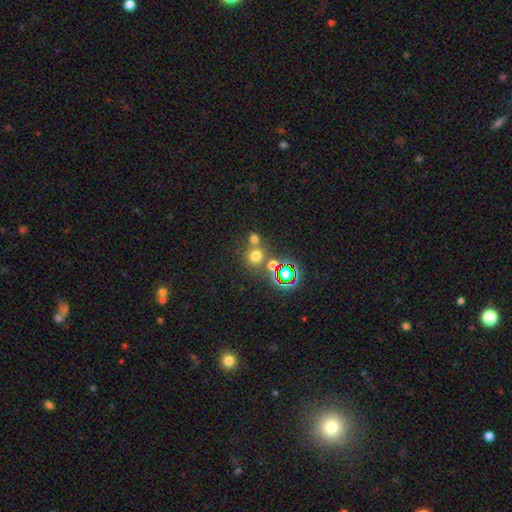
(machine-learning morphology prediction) Smooth or featured? smooth (64%)
How rounded? round (89%)
Merging? none (64%)